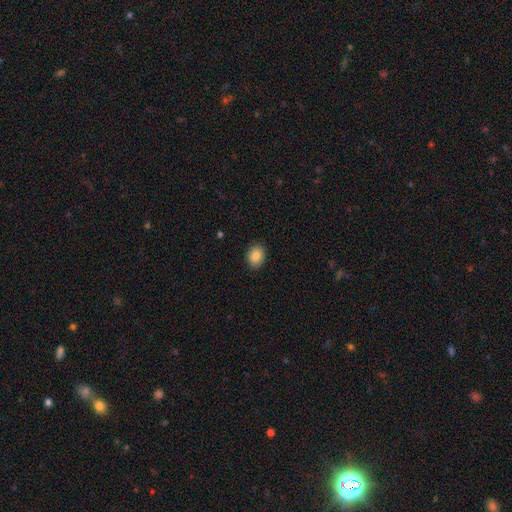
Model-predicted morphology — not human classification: Smooth or featured: smooth — 87% (star or artifact — 8%)
How rounded: in between — 59% (round — 40%)
Merging: none — 90% (minor disturbance — 7%)